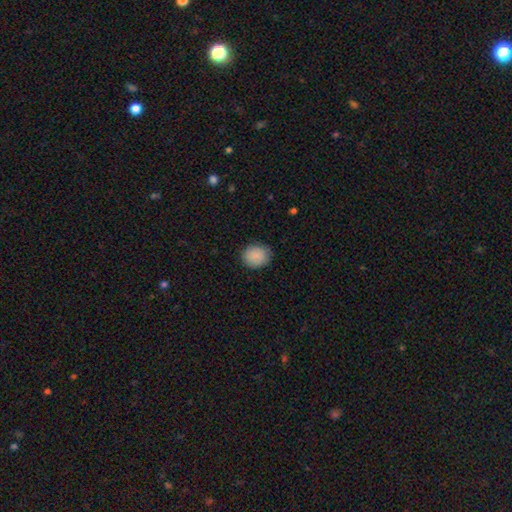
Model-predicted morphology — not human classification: smooth 89%, star or artifact 8%, featured or disk 3%. Down the decision tree: how rounded — round (70%); merging — none (85%).